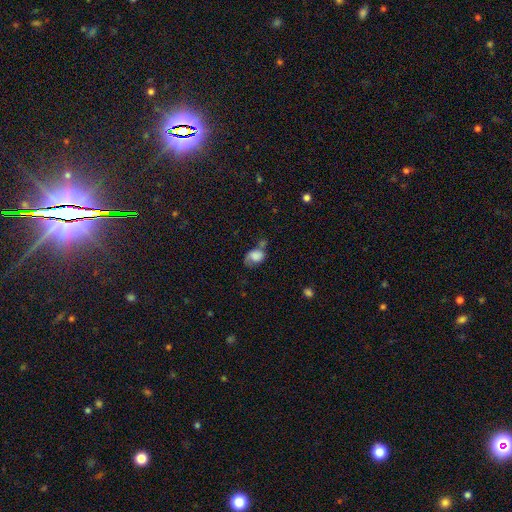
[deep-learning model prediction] Morphology: type=smooth (69%); roundness=in between (68%); merging=none (30%).